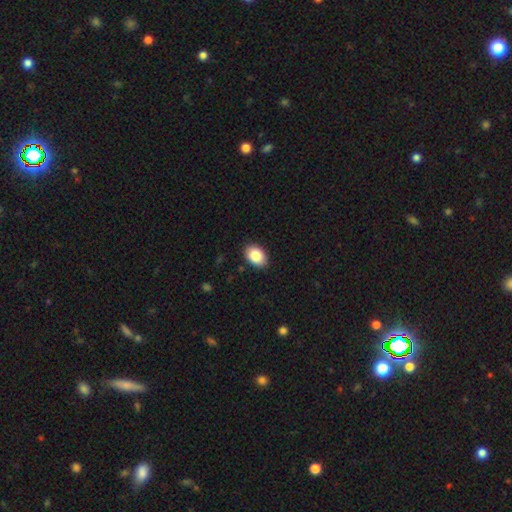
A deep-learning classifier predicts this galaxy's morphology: Smooth or featured?
  - smooth: 86% *
  - star or artifact: 7%
  - featured or disk: 7%
How rounded?
  - in between: 84% *
  - round: 15%
  - cigar-shaped: 1%
Merging?
  - none: 89% *
  - minor disturbance: 8%
  - major disturbance: 2%
  - merger: 1%